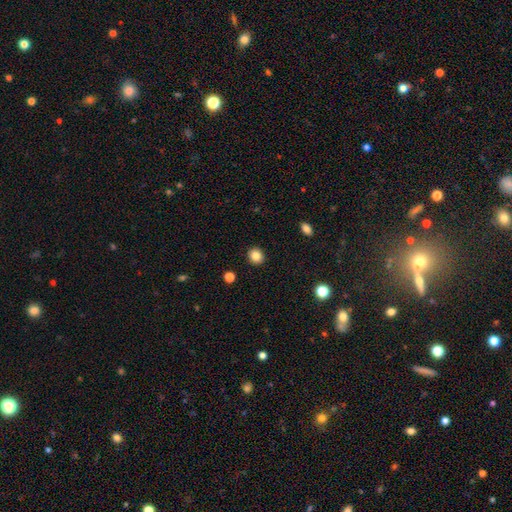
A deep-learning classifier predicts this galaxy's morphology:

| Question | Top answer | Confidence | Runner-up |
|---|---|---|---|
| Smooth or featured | smooth | 84% | star or artifact (11%) |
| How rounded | round | 83% | in between (16%) |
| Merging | none | 91% | minor disturbance (6%) |